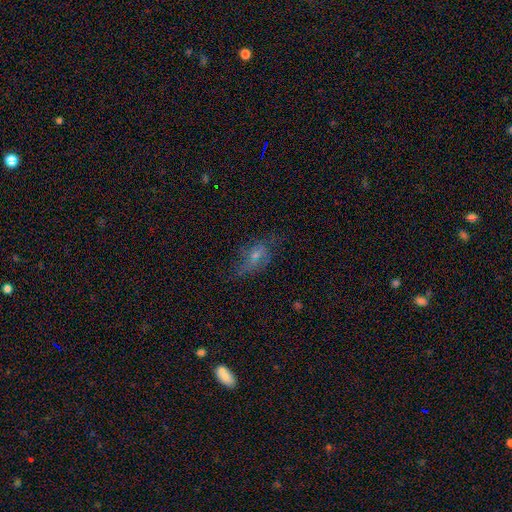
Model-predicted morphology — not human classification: Q: Smooth or featured?
A: featured or disk (47%); runner-up: smooth (37%)
Q: Merging?
A: none (49%); runner-up: minor disturbance (27%)